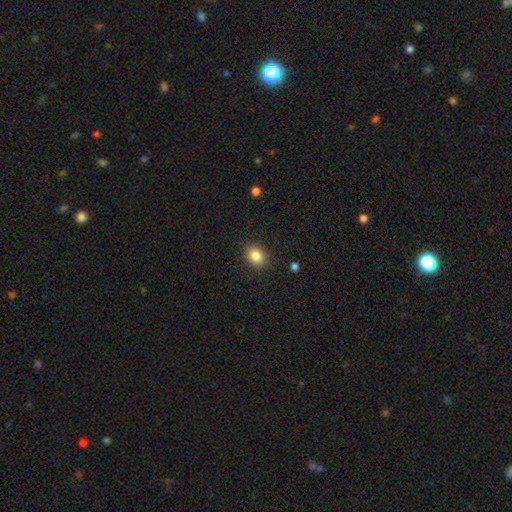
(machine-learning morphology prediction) A smooth galaxy with no disk features (85%) that is in between round and cigar-shaped (50%). Merging: none (87%).